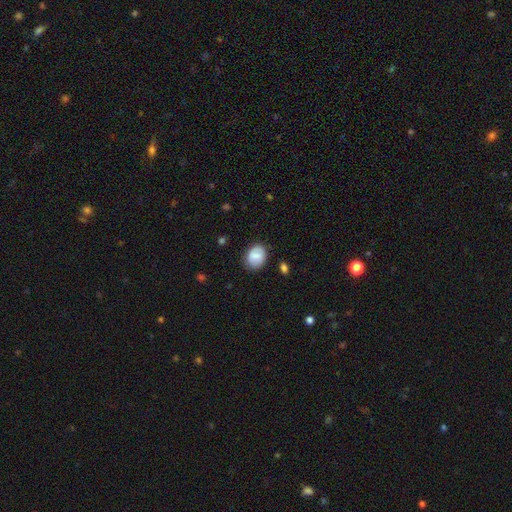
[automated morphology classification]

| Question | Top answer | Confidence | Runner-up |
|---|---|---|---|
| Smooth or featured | smooth | 75% | featured or disk (17%) |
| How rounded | in between | 59% | round (40%) |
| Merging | none | 77% | minor disturbance (17%) |